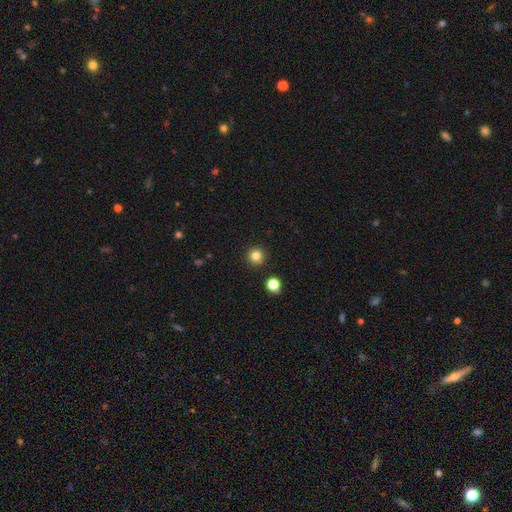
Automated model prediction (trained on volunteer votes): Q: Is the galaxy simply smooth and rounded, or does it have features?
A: smooth — 81%.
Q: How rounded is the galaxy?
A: round — 96%.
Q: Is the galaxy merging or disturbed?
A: none — 91%.